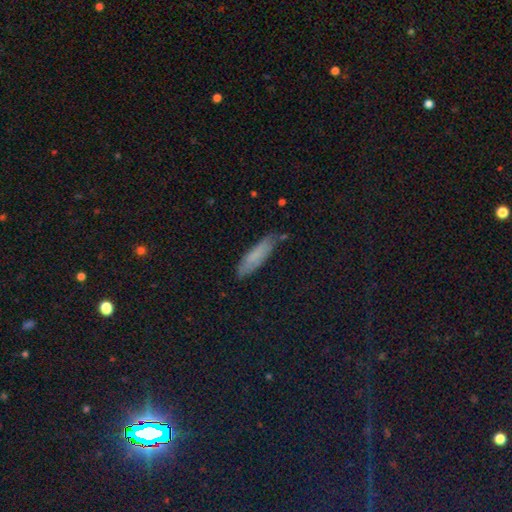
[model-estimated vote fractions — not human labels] Overall: smooth (71%). How rounded: cigar-shaped (68%; in between 30%). Merging: none (74%).